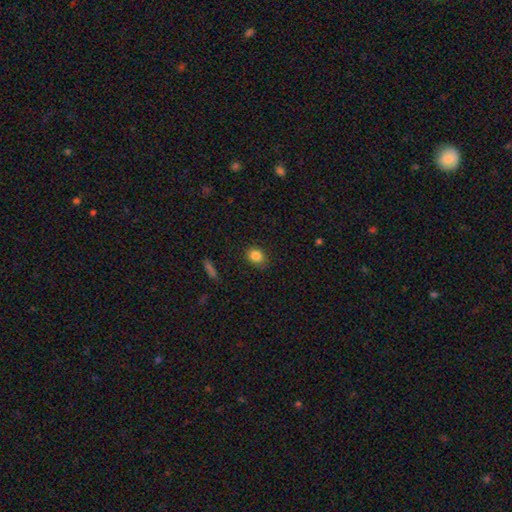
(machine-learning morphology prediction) type=smooth (84%); roundness=round (53%); merging=none (82%).